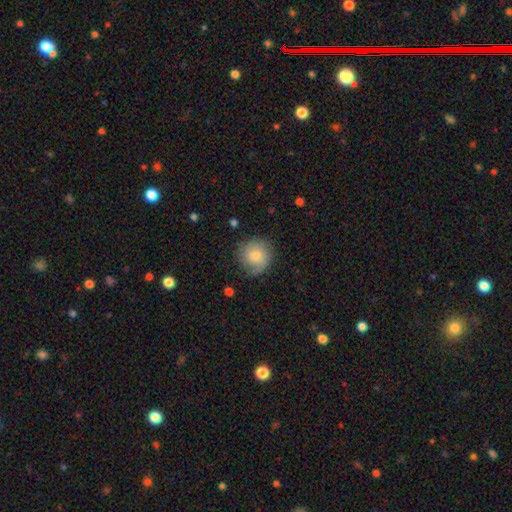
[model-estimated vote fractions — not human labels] Morphology: type=smooth (74%); roundness=round (92%); merging=none (74%).